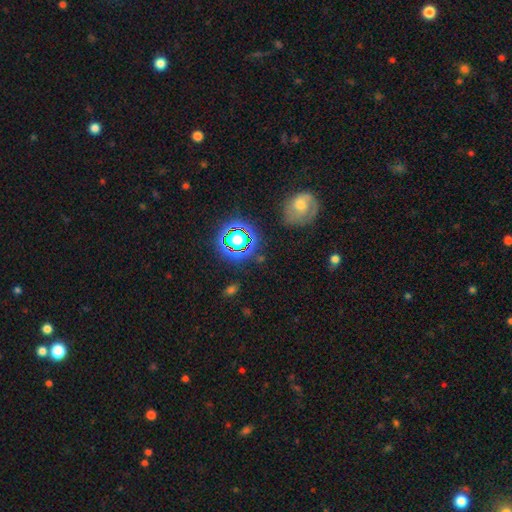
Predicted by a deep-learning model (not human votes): Overall: star or artifact (65%).